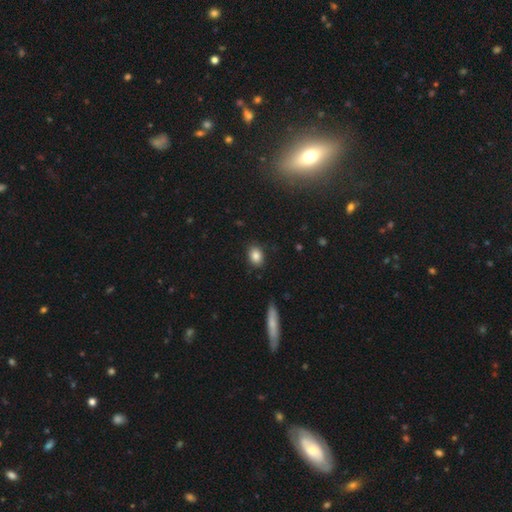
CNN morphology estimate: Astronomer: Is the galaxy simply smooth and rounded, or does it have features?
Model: smooth — 85%.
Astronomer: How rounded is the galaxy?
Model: in between — 69%.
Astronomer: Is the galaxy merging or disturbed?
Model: none — 86%.